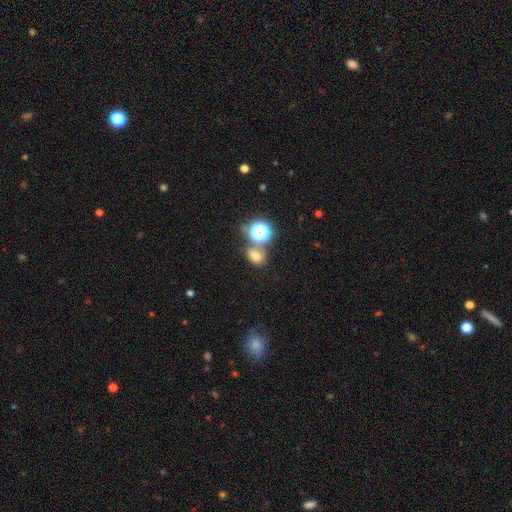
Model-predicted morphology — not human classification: Q: Smooth or featured?
A: smooth (66%); runner-up: star or artifact (24%)
Q: How rounded?
A: in between (49%); tied with: round (49%)
Q: Merging?
A: none (65%); runner-up: merger (18%)